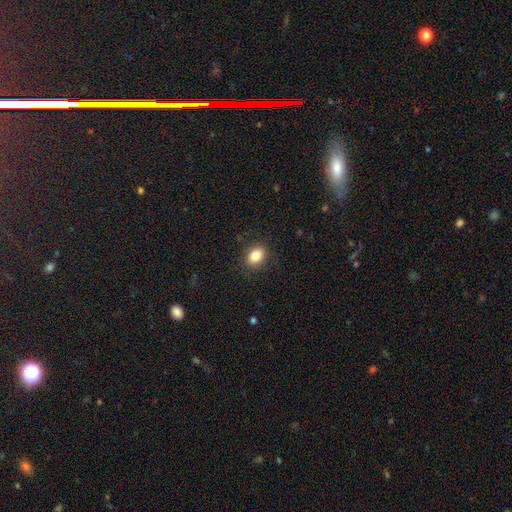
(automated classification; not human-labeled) Q: Smooth or featured?
A: smooth (84%); runner-up: star or artifact (10%)
Q: How rounded?
A: in between (62%); runner-up: round (37%)
Q: Merging?
A: none (88%); runner-up: minor disturbance (8%)